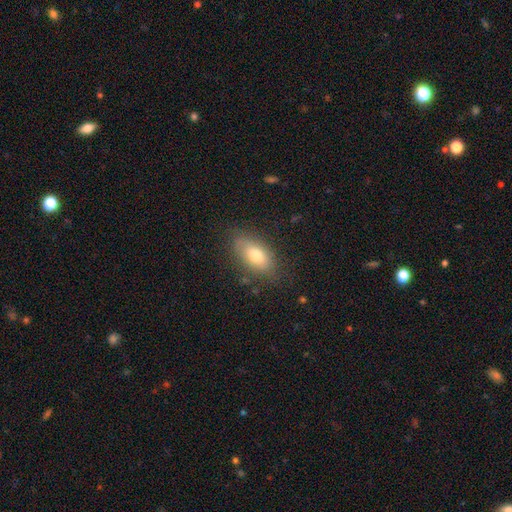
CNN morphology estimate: Smooth or featured? Predicted: smooth (p=0.71). How rounded? Predicted: in between (p=0.88). Merging? Predicted: none (p=0.78).